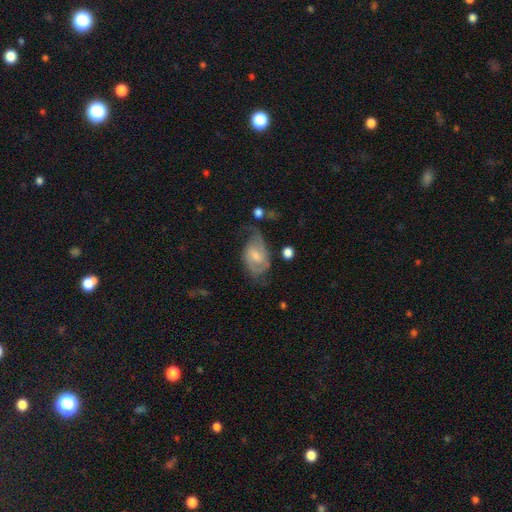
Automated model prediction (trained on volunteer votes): smooth-or-featured: featured or disk: 66% | smooth: 28% | star or artifact: 6%
  disk-edge-on: no: 96% | yes: 4%
    bar: weak: 48% | no: 43% | strong: 9%
    has-spiral-arms: yes: 86% | no: 14%
      spiral-winding: medium: 44% | loose: 31% | tight: 25%
      spiral-arm-count: 2: 68% | can't tell: 15% | 1: 11% | 3: 3% | 4: 1% | more than 4: 1%
    bulge-size: moderate: 47% | small: 40% | none: 6% | large: 5% | dominant: 1%
  merging: none: 41% | minor disturbance: 28% | major disturbance: 26% | merger: 4%